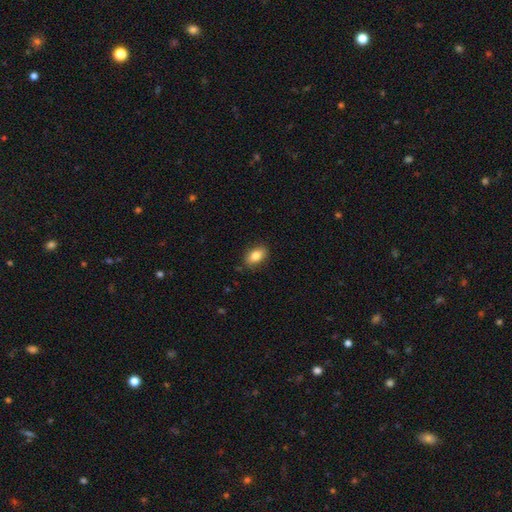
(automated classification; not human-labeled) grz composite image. It shows a smooth galaxy with no disk features (84%) that is in between round and cigar-shaped (87%). Merging: none (86%).